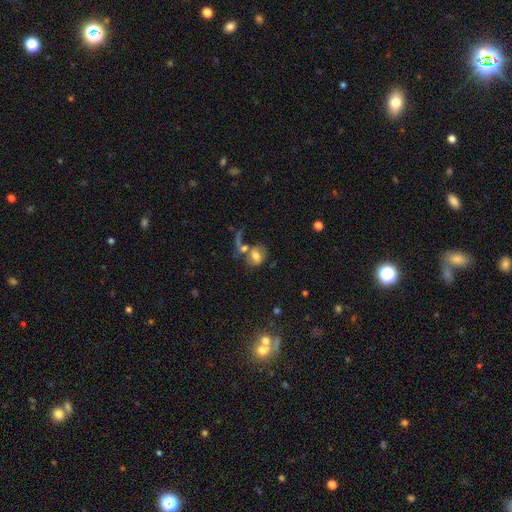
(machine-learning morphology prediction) Smooth or featured? smooth (60%)
How rounded? in between (64%)
Merging? merger (35%, tied with none)